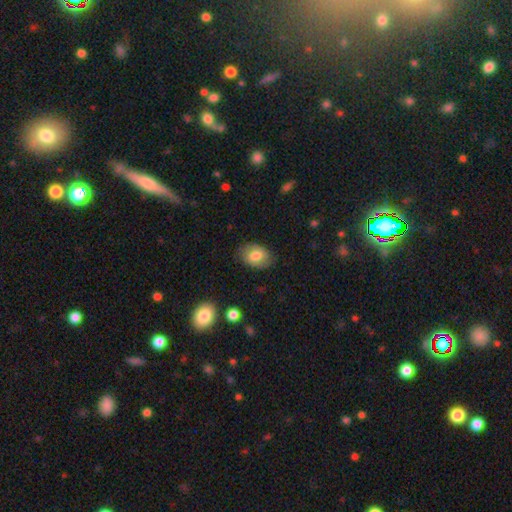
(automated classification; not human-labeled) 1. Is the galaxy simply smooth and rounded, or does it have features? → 76% smooth, 17% featured or disk, 7% star or artifact.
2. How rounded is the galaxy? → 79% in between, 20% round, 1% cigar-shaped.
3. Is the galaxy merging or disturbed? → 81% none, 15% minor disturbance, 3% major disturbance, 1% merger.